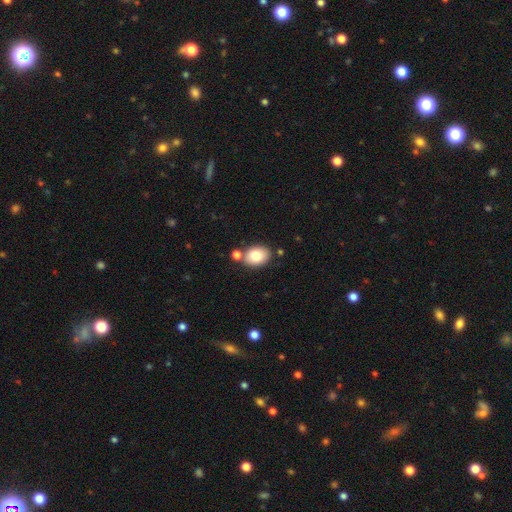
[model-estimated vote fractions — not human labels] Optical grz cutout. It shows a smooth galaxy with no disk features (80%) that is in between round and cigar-shaped (71%). Merging: none (69%).